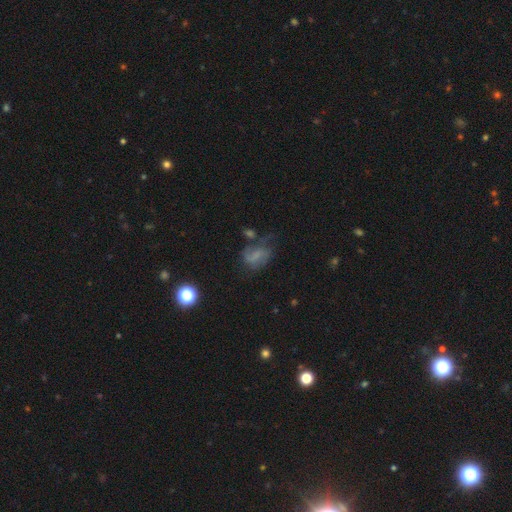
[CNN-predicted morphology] A smooth galaxy with no disk features (42%). Merging: none (38%).